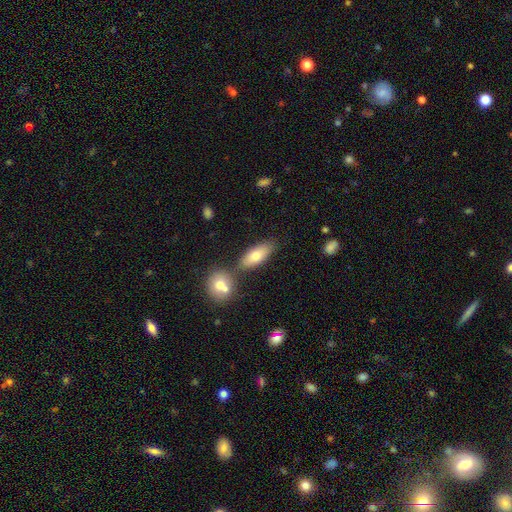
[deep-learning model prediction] Smooth or featured? Predicted: smooth (p=0.72). How rounded? Predicted: in between (p=0.75). Merging? Predicted: none (p=0.70).